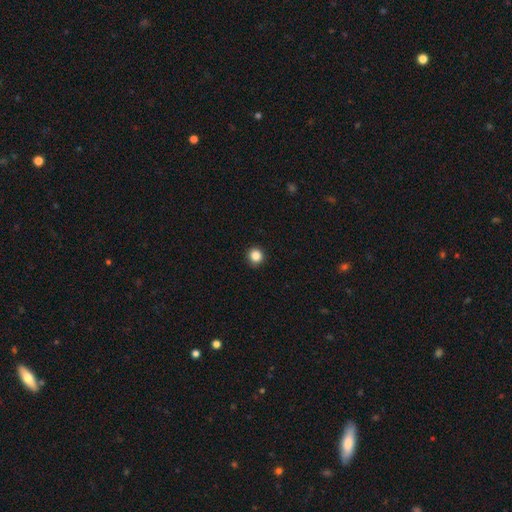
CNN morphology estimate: Smooth or featured?
  - smooth: 86% *
  - star or artifact: 11%
  - featured or disk: 3%
How rounded?
  - round: 94% *
  - in between: 5%
  - cigar-shaped: 1%
Merging?
  - none: 92% *
  - minor disturbance: 5%
  - major disturbance: 2%
  - merger: 1%